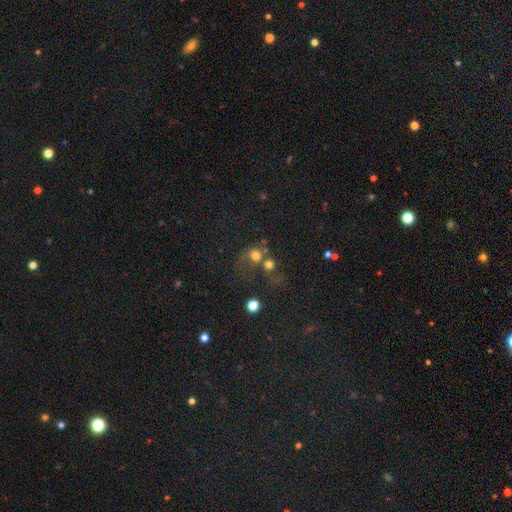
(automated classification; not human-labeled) This is likely a smooth galaxy (68%). How rounded: clearly round (80%). Merging: possibly merger (46%).